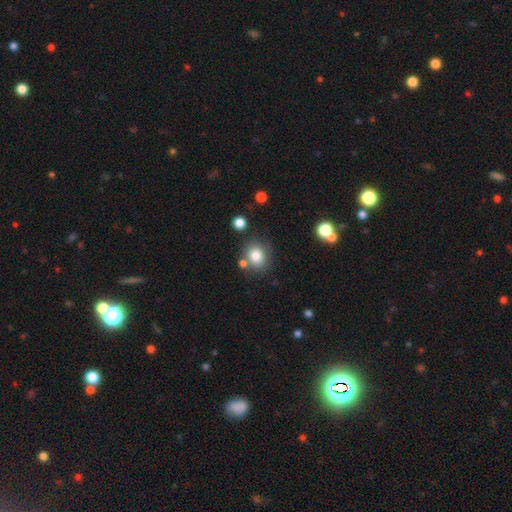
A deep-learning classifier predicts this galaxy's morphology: Smooth or featured? smooth (81%)
How rounded? round (73%)
Merging? none (71%)